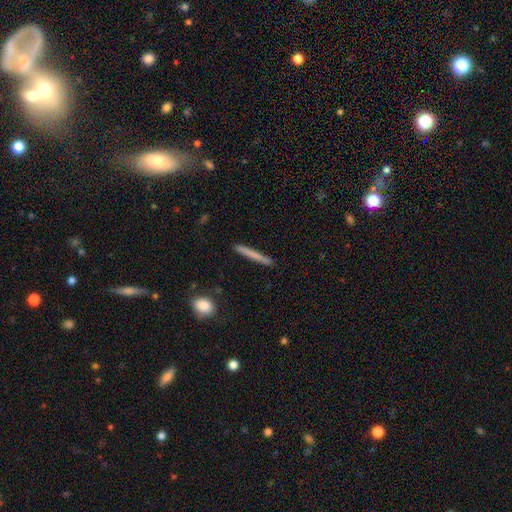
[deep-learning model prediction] Smooth or featured? smooth (68%)
How rounded? cigar-shaped (96%)
Merging? none (90%)